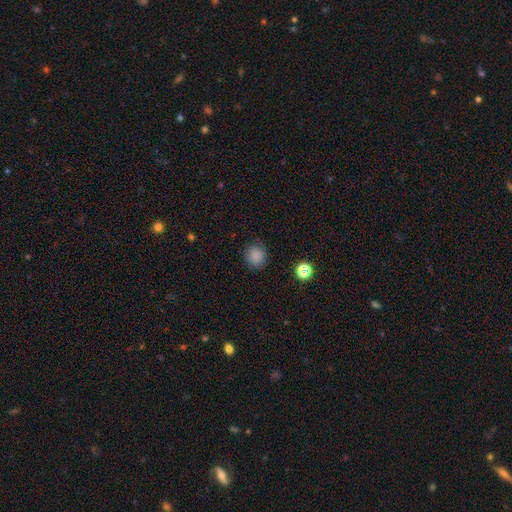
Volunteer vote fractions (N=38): A smooth galaxy with no disk features (92%) that is round (89%). Merging: none (92%).